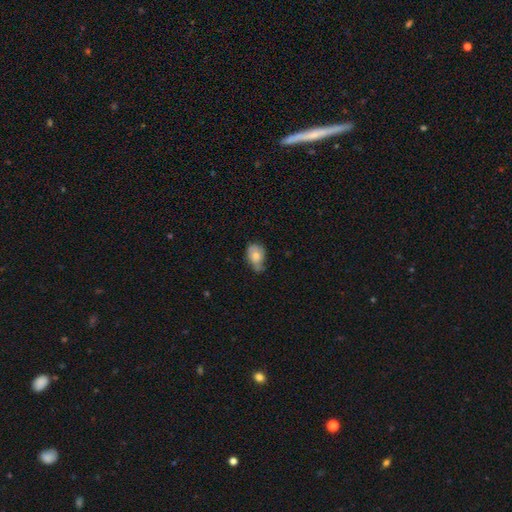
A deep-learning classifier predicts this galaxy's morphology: The model was most divided on "merging": minor disturbance: 45%, none: 38%, major disturbance: 13%, merger: 5%. More confident: how rounded — in between (71%); smooth or featured — smooth (71%).